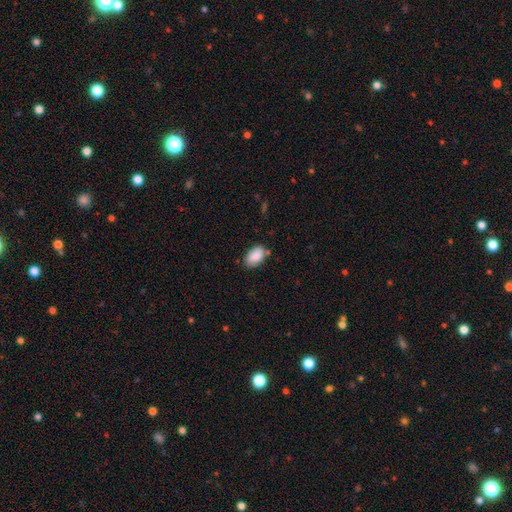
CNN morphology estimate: A smooth galaxy with no disk features (86%) that is in between round and cigar-shaped (91%).

Vote fractions:
- Smooth or featured? smooth: 86% / featured or disk: 7% / star or artifact: 7%
- How rounded? in between: 91% / round: 7% / cigar-shaped: 1%
- Merging? none: 73% / minor disturbance: 20% / merger: 4% / major disturbance: 4%